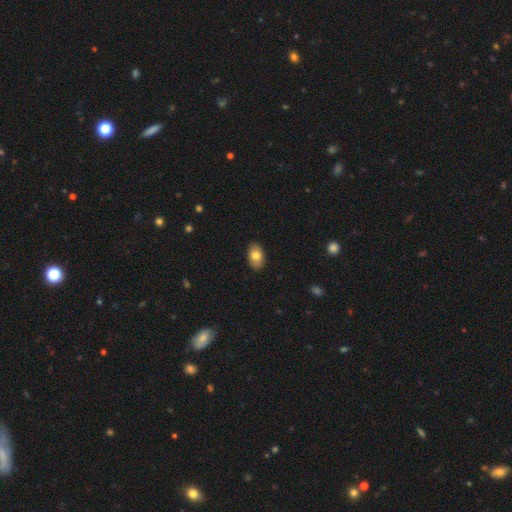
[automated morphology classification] smooth_or_featured: smooth (p=0.79) [alt: featured or disk p=0.14]
how_rounded: in between (p=0.90) [alt: round p=0.09]
merging: none (p=0.89) [alt: minor disturbance p=0.09]